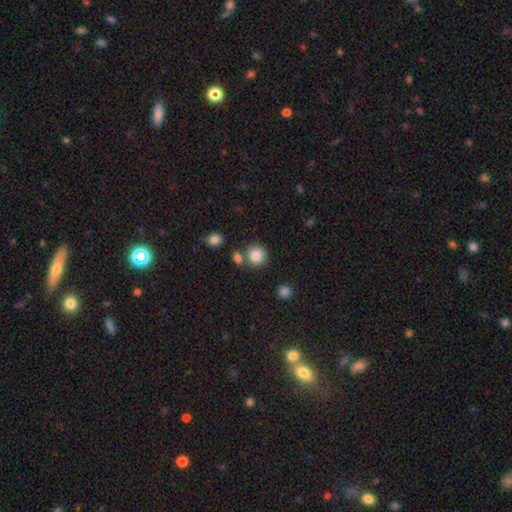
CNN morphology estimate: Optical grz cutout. It shows a smooth galaxy with no disk features (85%) that is round (89%). Merging: none (70%).